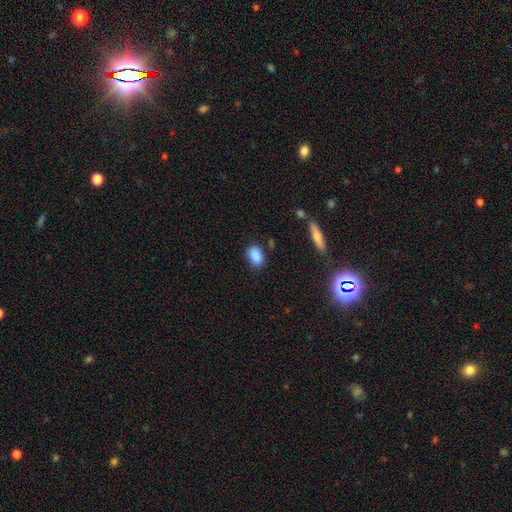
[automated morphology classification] smooth 88%, star or artifact 8%, featured or disk 4%. Down the decision tree: how rounded — in between (83%); merging — none (78%).